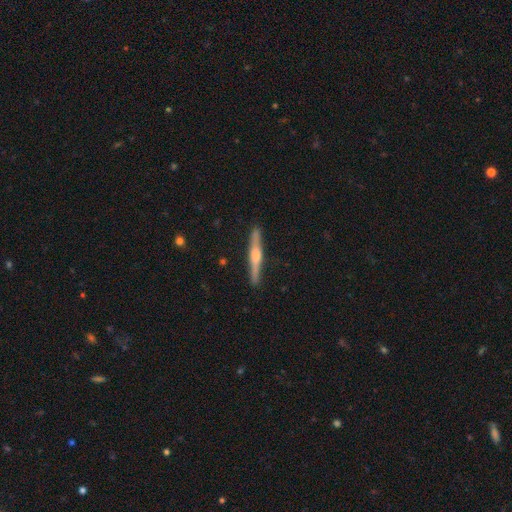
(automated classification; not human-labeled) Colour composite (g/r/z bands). It shows a featured or disk galaxy (69%) viewed edge-on (98%) with a rounded central bulge (82%). Merging: none (90%).